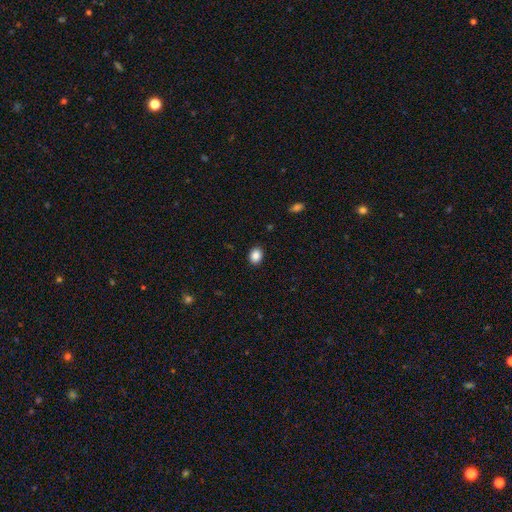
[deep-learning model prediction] A smooth galaxy with no disk features (88%) that is in between round and cigar-shaped (55%). Merging: none (90%).